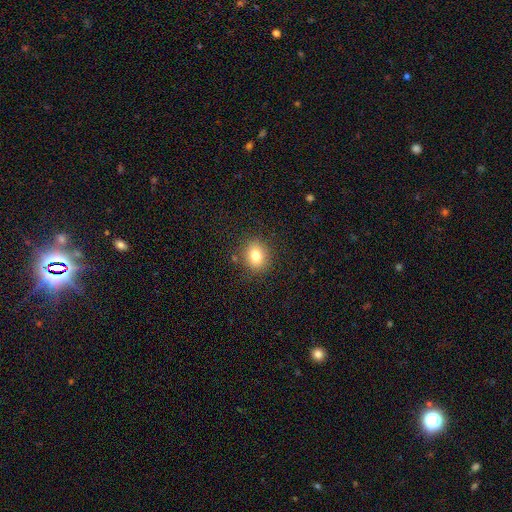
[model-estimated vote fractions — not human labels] smooth_or_featured: smooth (p=0.80) [alt: star or artifact p=0.11]
how_rounded: round (p=0.67) [alt: in between p=0.32]
merging: none (p=0.86) [alt: minor disturbance p=0.09]